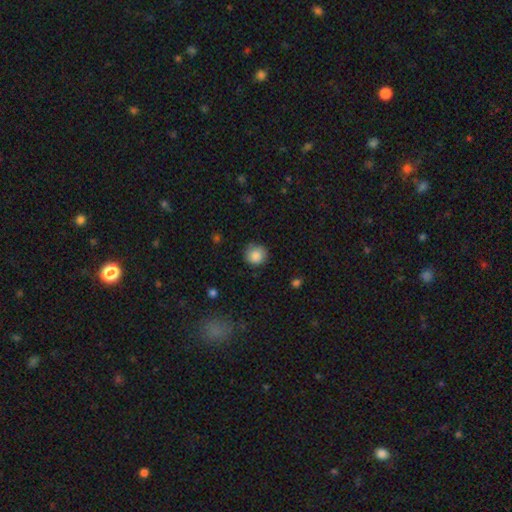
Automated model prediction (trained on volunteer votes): Smooth or featured?
  - smooth: 85% *
  - star or artifact: 8%
  - featured or disk: 7%
How rounded?
  - round: 91% *
  - in between: 8%
  - cigar-shaped: 1%
Merging?
  - none: 78% *
  - minor disturbance: 17%
  - major disturbance: 4%
  - merger: 1%